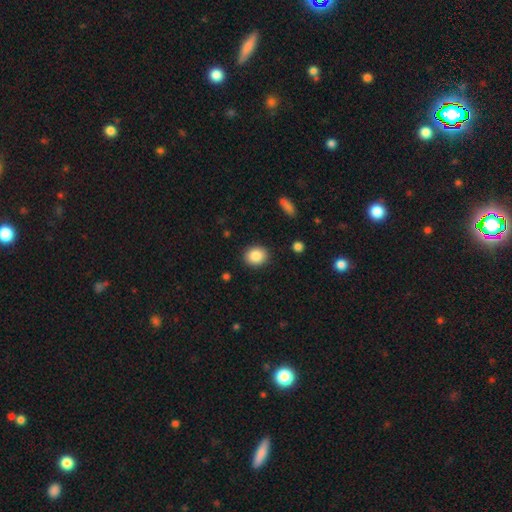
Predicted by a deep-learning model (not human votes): Q: Smooth or featured?
A: smooth (87%); runner-up: star or artifact (8%)
Q: How rounded?
A: round (58%); runner-up: in between (41%)
Q: Merging?
A: none (89%); runner-up: minor disturbance (7%)